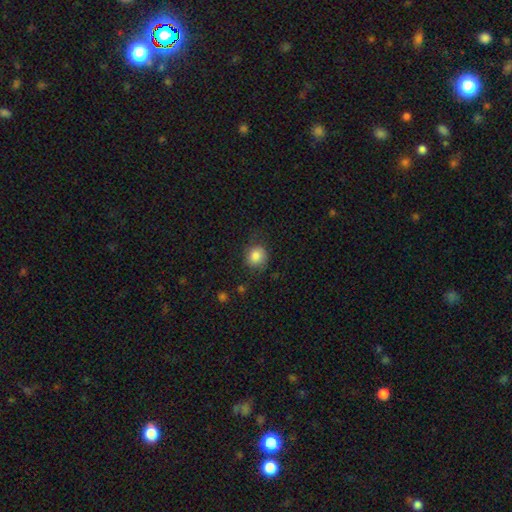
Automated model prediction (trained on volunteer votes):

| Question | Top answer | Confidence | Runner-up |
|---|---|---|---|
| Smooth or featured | smooth | 83% | star or artifact (10%) |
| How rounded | round | 82% | in between (17%) |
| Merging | none | 78% | minor disturbance (16%) |